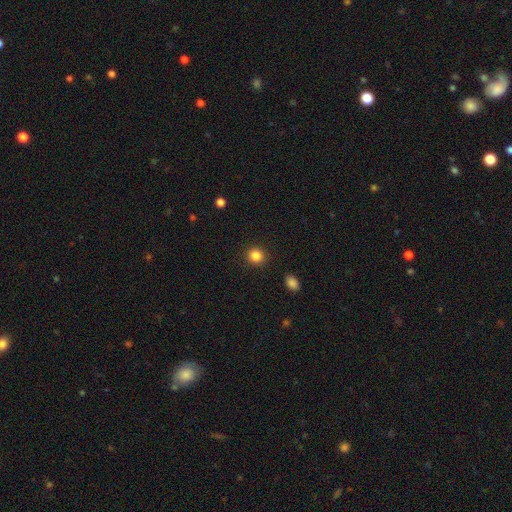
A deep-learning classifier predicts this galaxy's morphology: smooth-or-featured: smooth: 85% | star or artifact: 11% | featured or disk: 4%
  how-rounded: round: 87% | in between: 12% | cigar-shaped: 1%
  merging: none: 91% | minor disturbance: 6% | major disturbance: 2% | merger: 1%